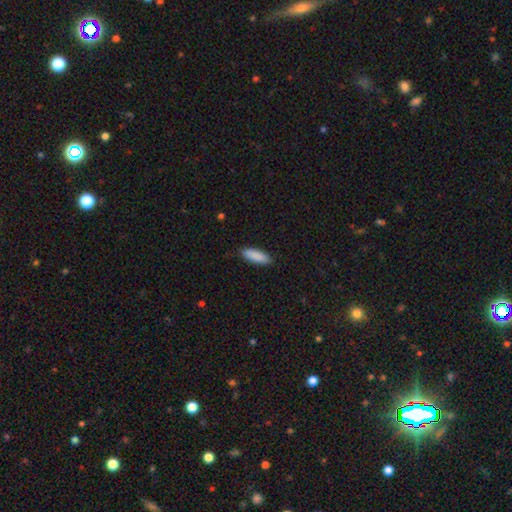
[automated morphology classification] This appears to be a smooth galaxy with no disk features (90%) that is in between round and cigar-shaped (52%). Merging: none (89%).